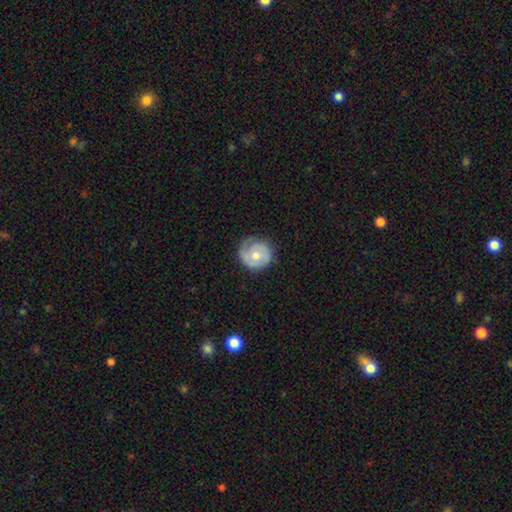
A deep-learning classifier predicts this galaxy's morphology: A featured or disk galaxy (56%) with no bar (80%), spiral arms (80%) and a moderate central bulge (65%).

Vote fractions:
- Smooth or featured? featured or disk: 56% / smooth: 38% / star or artifact: 6%
- Edge-on disk? no: 98% / yes: 2%
- Bar? no: 80% / weak: 17% / strong: 3%
- Spiral arms? yes: 80% / no: 20%
- Bulge size? moderate: 65% / small: 29% / large: 4% / none: 1% / dominant: 1%
- Merging? none: 65% / minor disturbance: 24% / major disturbance: 9% / merger: 1%